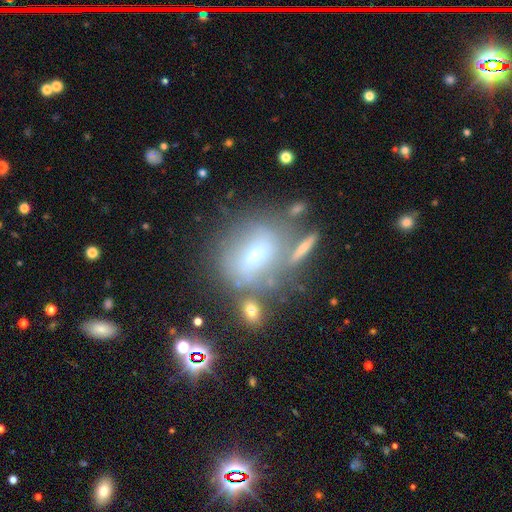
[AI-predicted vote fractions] Q: Smooth or featured?
A: smooth (45%); runner-up: featured or disk (37%)
Q: Merging?
A: none (52%); runner-up: minor disturbance (18%)